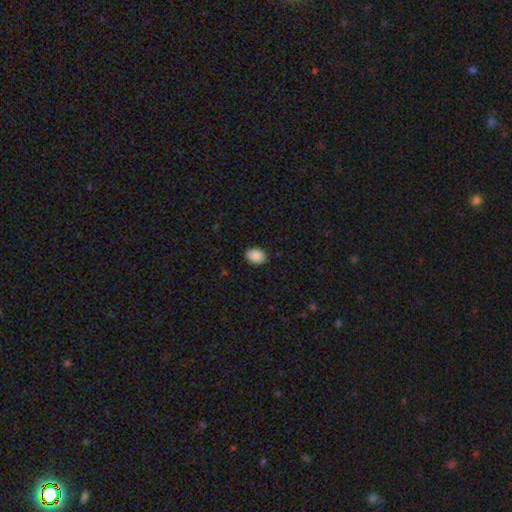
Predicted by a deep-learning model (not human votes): A smooth galaxy with no disk features (90%) that is in between round and cigar-shaped (73%). Merging: none (88%).